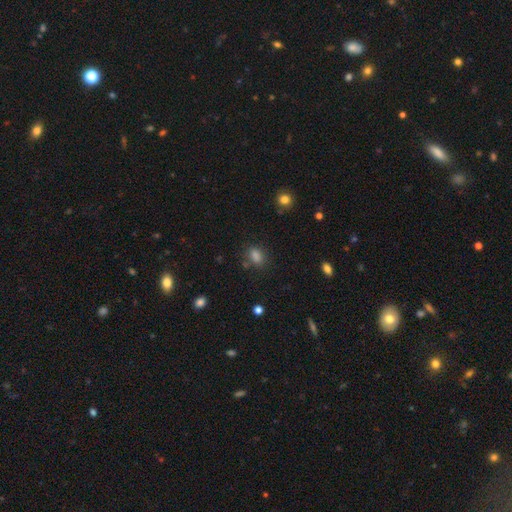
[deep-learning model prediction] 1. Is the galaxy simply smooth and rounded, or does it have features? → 81% smooth, 14% star or artifact, 5% featured or disk.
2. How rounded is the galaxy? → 71% in between, 27% round, 2% cigar-shaped.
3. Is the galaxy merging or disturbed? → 76% none, 14% minor disturbance, 5% merger, 5% major disturbance.